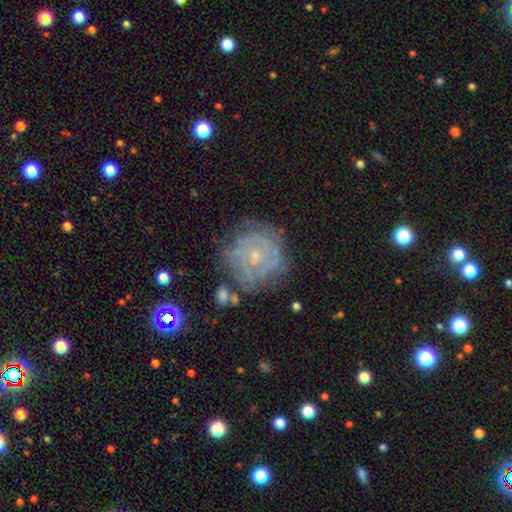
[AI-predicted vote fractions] Morphology: type=featured or disk (74%); edge-on=no (97%); bar=no (74%); spiral arms=yes (82%); winding=tight (74%); arm count=can't tell (50%); bulge=small (71%); merging=none (67%).